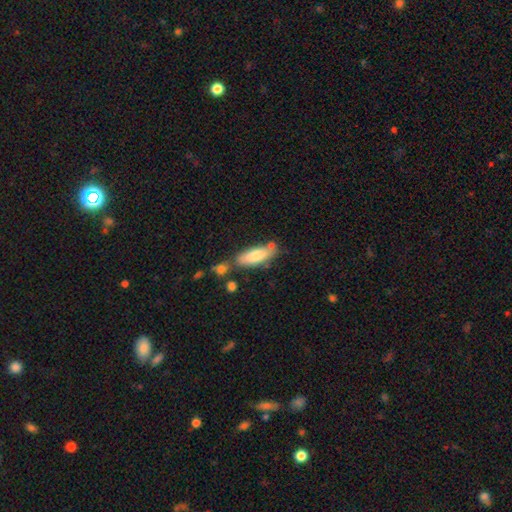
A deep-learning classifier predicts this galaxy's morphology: This is likely a smooth galaxy (78%). How rounded: likely in between (66%). Merging: likely none (65%).